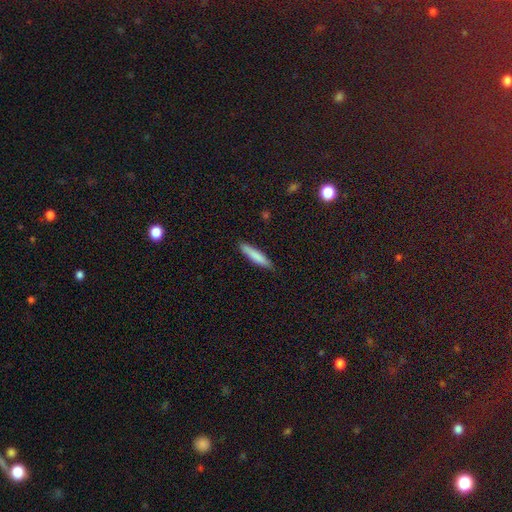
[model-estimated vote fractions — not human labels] smooth 80%, featured or disk 14%, star or artifact 6%. Down the decision tree: how rounded — cigar-shaped (87%); merging — none (87%).